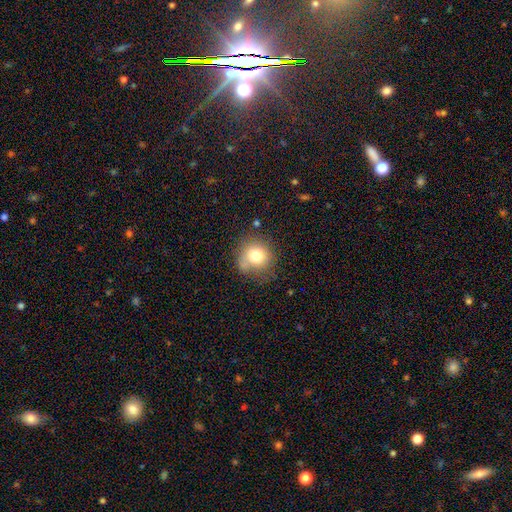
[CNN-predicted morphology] The model was most divided on "merging": none: 59%, minor disturbance: 24%, major disturbance: 9%, merger: 8%. More confident: how rounded — round (85%); smooth or featured — smooth (76%).